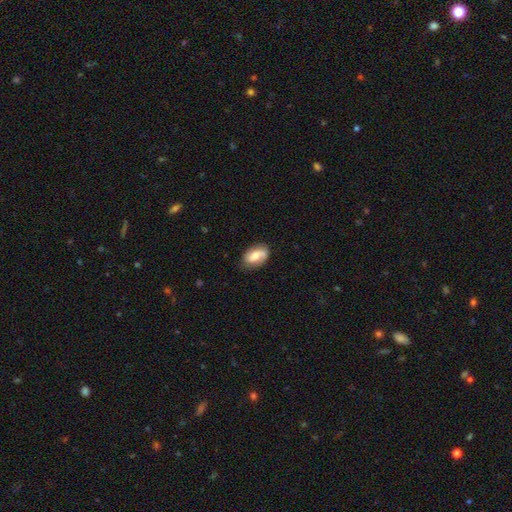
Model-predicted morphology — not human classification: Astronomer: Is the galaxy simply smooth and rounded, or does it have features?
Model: smooth — 55% (runner-up: featured or disk, 38%).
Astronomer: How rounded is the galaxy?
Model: in between — 90%.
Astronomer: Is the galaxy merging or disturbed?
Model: none — 73%.